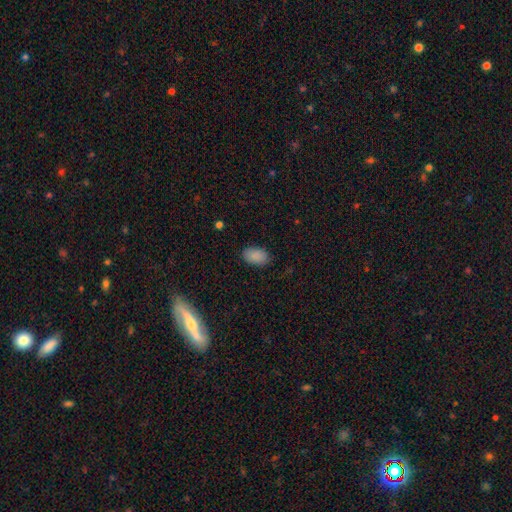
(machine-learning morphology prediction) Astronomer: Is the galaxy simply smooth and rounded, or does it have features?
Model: smooth — 88%.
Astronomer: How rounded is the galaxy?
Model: in between — 92%.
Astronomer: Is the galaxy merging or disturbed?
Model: none — 86%.